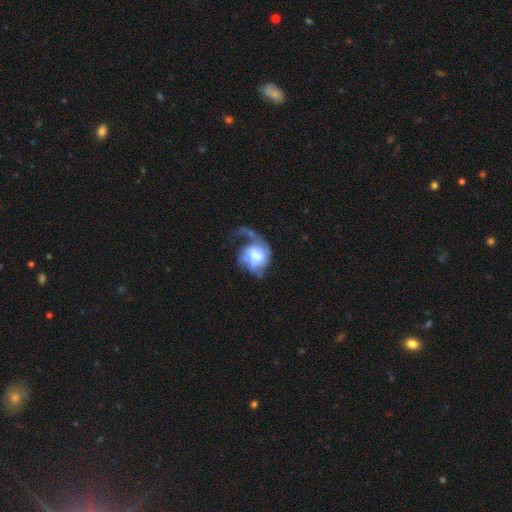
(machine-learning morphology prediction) This is possibly a featured or disk galaxy (51%). It is clearly not viewed edge-on (97%). Merging: possibly major disturbance (51%).